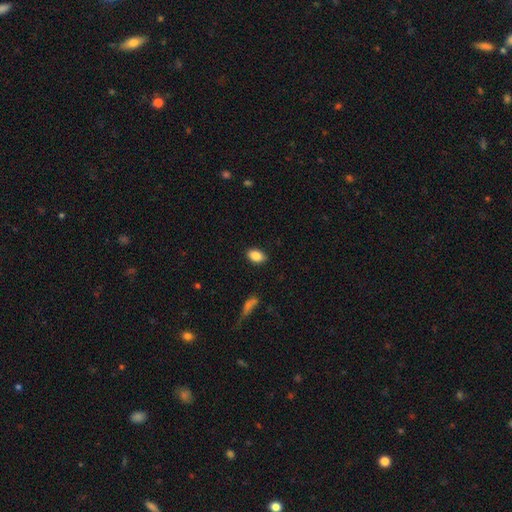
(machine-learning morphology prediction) This appears to be a smooth galaxy with no disk features (87%) that is in between round and cigar-shaped (88%). Merging: none (86%).